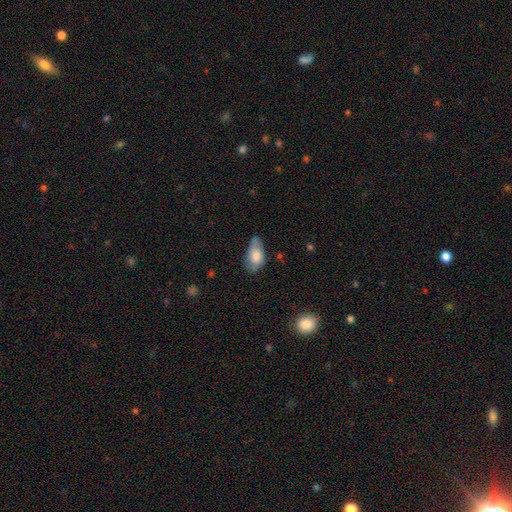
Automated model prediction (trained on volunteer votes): This appears to be a smooth galaxy with no disk features (74%) that is in between round and cigar-shaped (92%). Merging: none (50%).